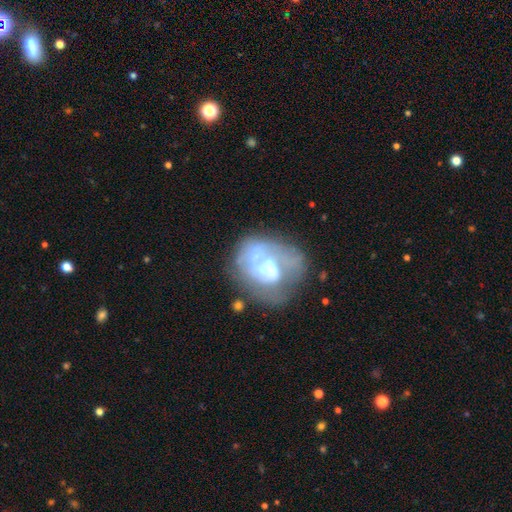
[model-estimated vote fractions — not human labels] Q: Smooth or featured?
A: featured or disk (59%); runner-up: smooth (31%)
Q: Edge-on disk?
A: no (97%); runner-up: yes (3%)
Q: Bar?
A: no (73%); runner-up: weak (20%)
Q: Spiral arms?
A: no (71%); runner-up: yes (29%)
Q: Bulge size?
A: moderate (46%); runner-up: large (21%)
Q: Merging?
A: none (32%); runner-up: major disturbance (30%)